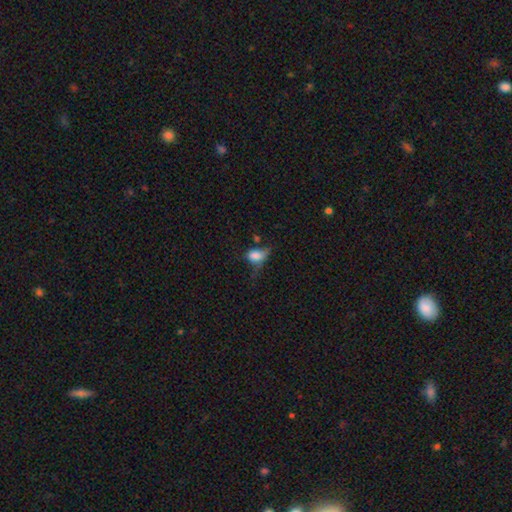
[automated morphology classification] A smooth galaxy with no disk features (73%) that is in between round and cigar-shaped (74%). Merging: major disturbance (35%).